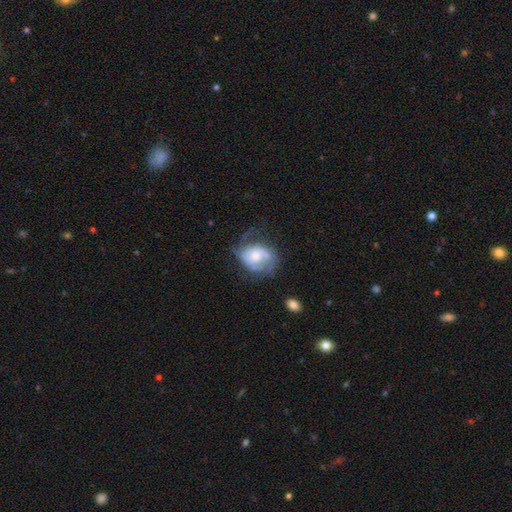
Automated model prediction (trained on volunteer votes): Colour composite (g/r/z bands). It shows a featured or disk galaxy (58%) with no bar (72%), spiral arms (71%) and a moderate central bulge (52%). Merging: none (36%).